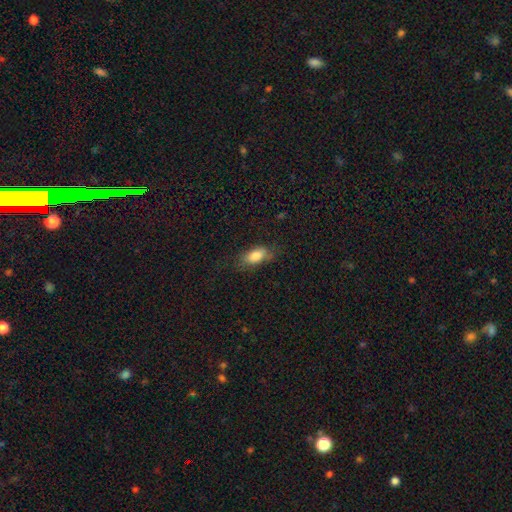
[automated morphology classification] A smooth galaxy with no disk features (81%) that is in between round and cigar-shaped (84%). Merging: none (66%).